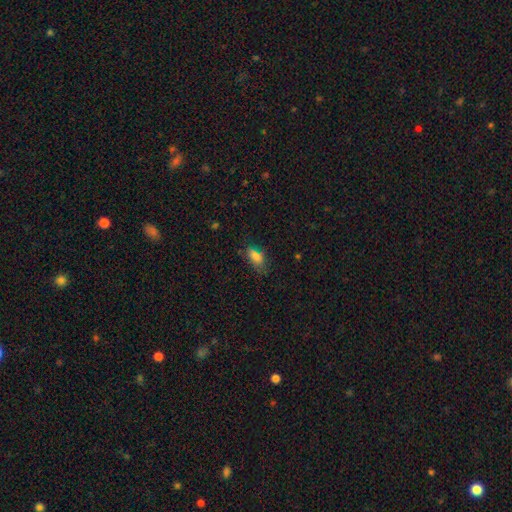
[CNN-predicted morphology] A smooth galaxy with no disk features (78%) that is in between round and cigar-shaped (85%).

Vote fractions:
- Smooth or featured? smooth: 78% / star or artifact: 13% / featured or disk: 9%
- How rounded? in between: 85% / cigar-shaped: 9% / round: 6%
- Merging? none: 62% / minor disturbance: 25% / major disturbance: 10% / merger: 3%